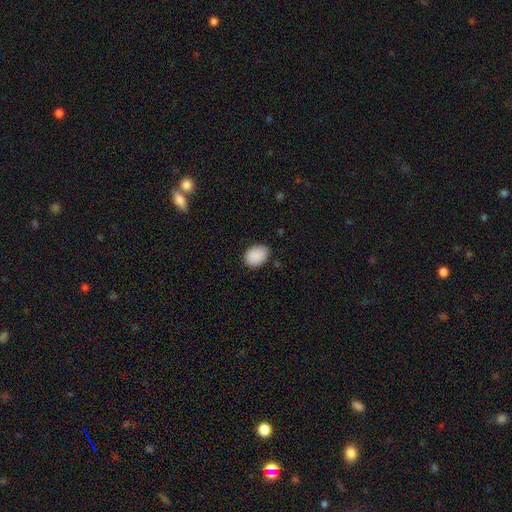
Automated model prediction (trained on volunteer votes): Smooth or featured? smooth (90%)
How rounded? in between (72%)
Merging? none (81%)